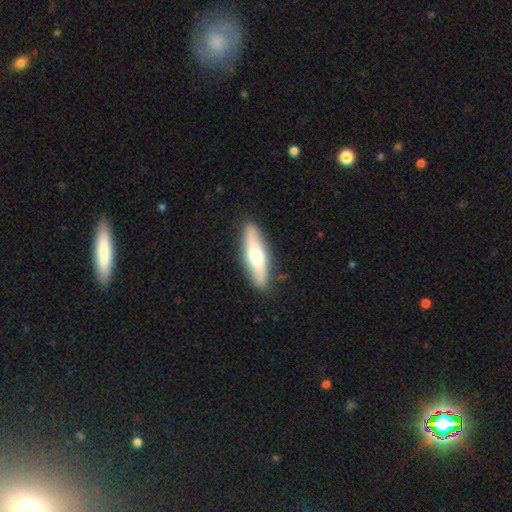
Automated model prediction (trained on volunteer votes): Morphology: type=smooth (53%); roundness=cigar-shaped (65%); merging=none (88%).